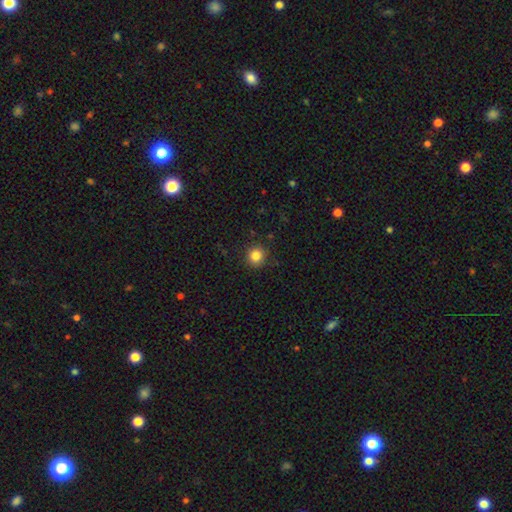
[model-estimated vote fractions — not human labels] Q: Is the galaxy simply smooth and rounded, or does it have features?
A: smooth — 84%.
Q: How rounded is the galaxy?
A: round — 92%.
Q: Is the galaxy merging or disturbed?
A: none — 89%.